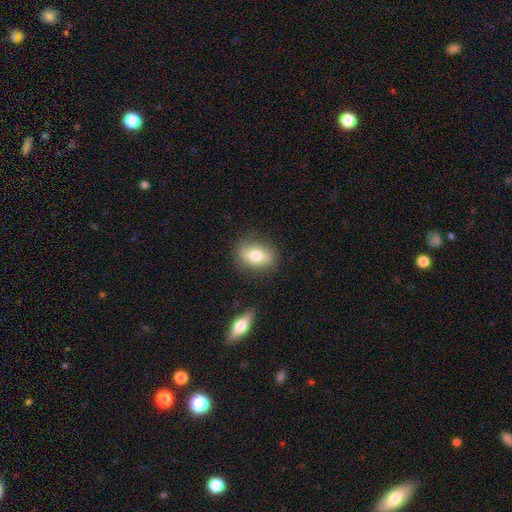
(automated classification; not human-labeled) The model was most divided on "smooth or featured": smooth: 70%, featured or disk: 22%, star or artifact: 8%. More confident: merging — none (80%); how rounded — in between (72%).